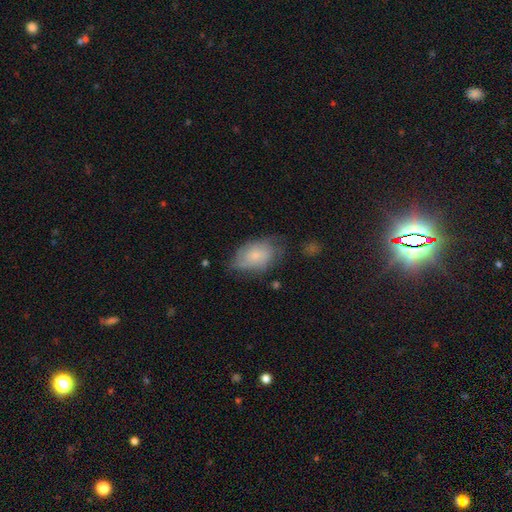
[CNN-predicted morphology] smooth_or_featured: smooth (p=0.55) [alt: featured or disk p=0.37]
how_rounded: in between (p=0.89) [alt: round p=0.09]
merging: none (p=0.52) [alt: minor disturbance p=0.33]